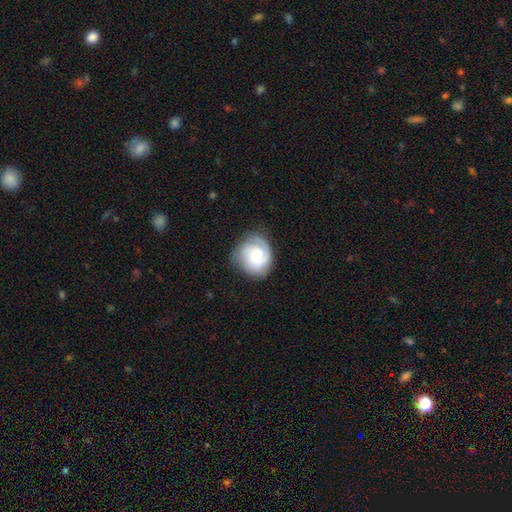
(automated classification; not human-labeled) smooth_or_featured: featured or disk (p=0.65) [alt: smooth p=0.29]
disk_edge_on: no (p=0.98) [alt: yes p=0.02]
bar: no (p=0.55) [alt: weak p=0.38]
has_spiral_arms: yes (p=0.90) [alt: no p=0.10]
spiral_winding: tight (p=0.58) [alt: medium p=0.32]
spiral_arm_count: 2 (p=0.35) [alt: can't tell p=0.26]
bulge_size: moderate (p=0.56) [alt: small p=0.27]
merging: none (p=0.70) [alt: minor disturbance p=0.20]